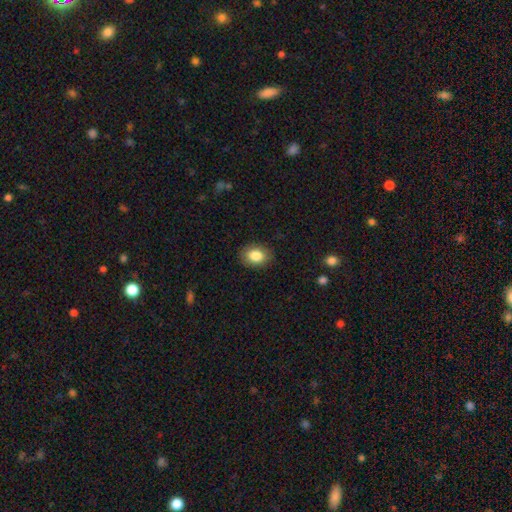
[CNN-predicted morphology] smooth 85%, star or artifact 8%, featured or disk 7%. Down the decision tree: how rounded — in between (69%); merging — none (85%).